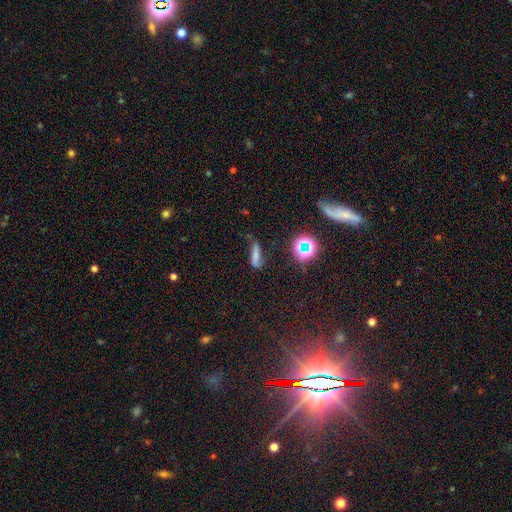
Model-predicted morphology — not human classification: Overall: smooth (58%; featured or disk 21%). How rounded: cigar-shaped (54%; in between 39%). Merging: none (48%; minor disturbance 31%).